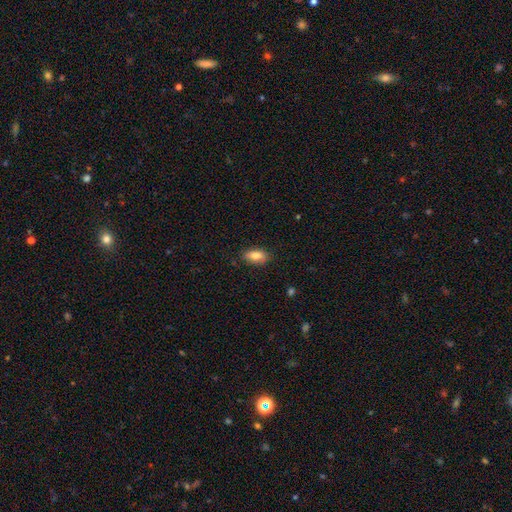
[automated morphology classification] This is likely a smooth galaxy (80%). How rounded: clearly in between (87%). Merging: clearly none (84%).